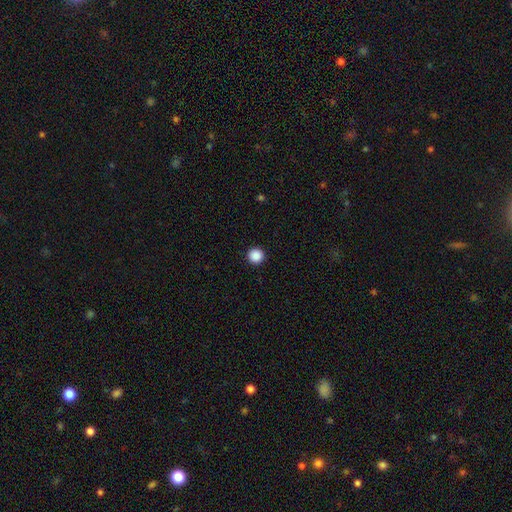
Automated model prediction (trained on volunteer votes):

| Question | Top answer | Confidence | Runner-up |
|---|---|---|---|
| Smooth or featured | smooth | 88% | star or artifact (9%) |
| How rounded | round | 96% | in between (3%) |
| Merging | none | 94% | minor disturbance (4%) |